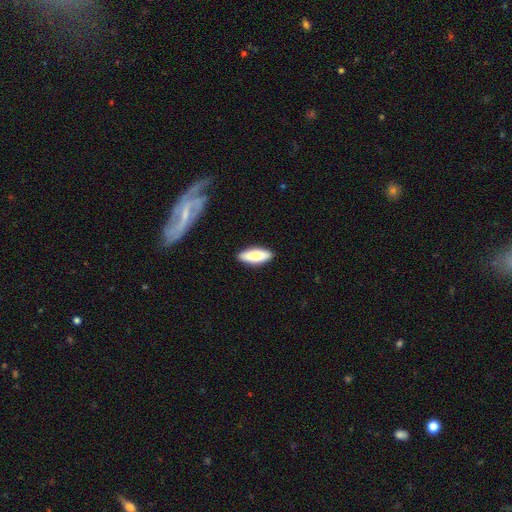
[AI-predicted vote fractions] A smooth galaxy with no disk features (81%) that is in between round and cigar-shaped (66%).

Vote fractions:
- Smooth or featured? smooth: 81% / featured or disk: 14% / star or artifact: 6%
- How rounded? in between: 66% / cigar-shaped: 33% / round: 2%
- Merging? none: 89% / minor disturbance: 8% / major disturbance: 2% / merger: 1%